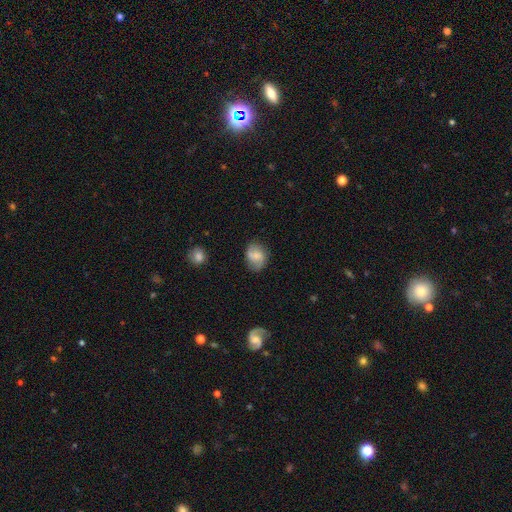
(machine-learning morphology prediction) Smooth or featured? Predicted: smooth (p=0.59). How rounded? Predicted: in between (p=0.51). Merging? Predicted: none (p=0.69).